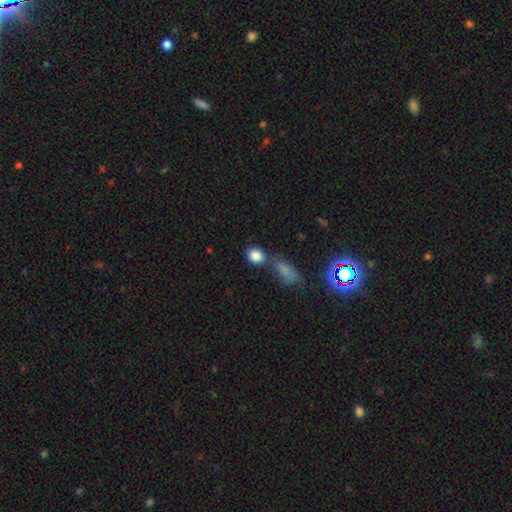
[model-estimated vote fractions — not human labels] Smooth or featured? smooth (84%)
How rounded? in between (51%)
Merging? none (54%)